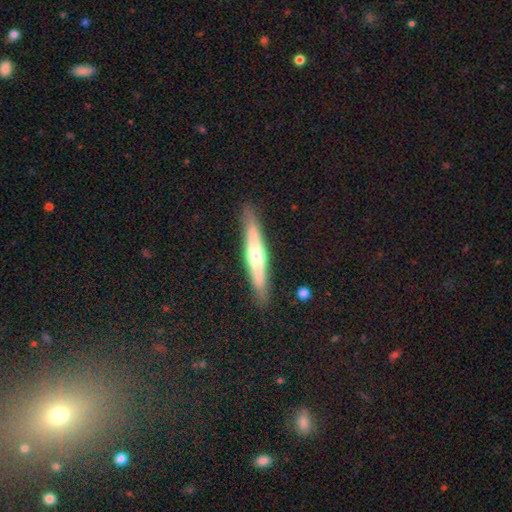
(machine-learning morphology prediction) A featured or disk galaxy (55%) viewed edge-on (93%) with a rounded central bulge (84%).

Vote fractions:
- Smooth or featured? featured or disk: 55% / smooth: 39% / star or artifact: 6%
- Edge-on disk? yes: 93% / no: 7%
- Edge-on bulge? rounded: 84% / none: 11% / boxy: 6%
- Merging? none: 88% / minor disturbance: 9% / major disturbance: 2% / merger: 1%